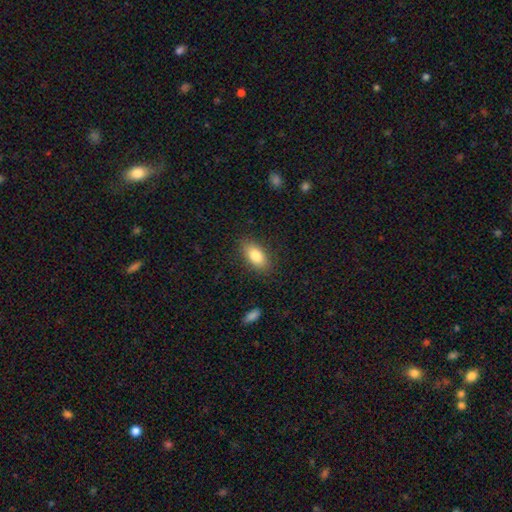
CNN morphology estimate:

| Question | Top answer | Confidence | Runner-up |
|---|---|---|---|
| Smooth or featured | smooth | 82% | featured or disk (11%) |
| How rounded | in between | 89% | cigar-shaped (6%) |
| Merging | none | 86% | minor disturbance (10%) |